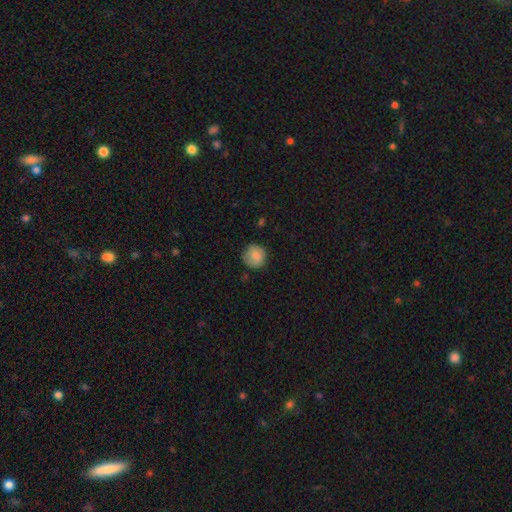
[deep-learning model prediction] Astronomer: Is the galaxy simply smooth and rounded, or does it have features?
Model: smooth — 83%.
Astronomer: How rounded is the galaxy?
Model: round — 91%.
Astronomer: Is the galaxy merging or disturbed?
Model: none — 77%.